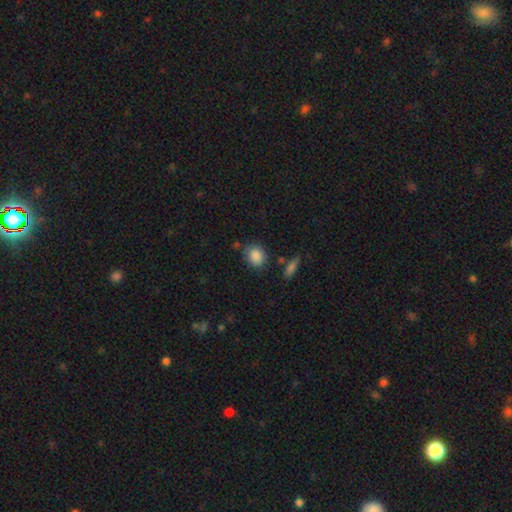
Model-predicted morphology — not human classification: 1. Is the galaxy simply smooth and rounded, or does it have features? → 87% smooth, 8% star or artifact, 5% featured or disk.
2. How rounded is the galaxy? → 57% round, 41% in between, 2% cigar-shaped.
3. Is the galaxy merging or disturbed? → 72% none, 17% minor disturbance, 6% merger, 4% major disturbance.